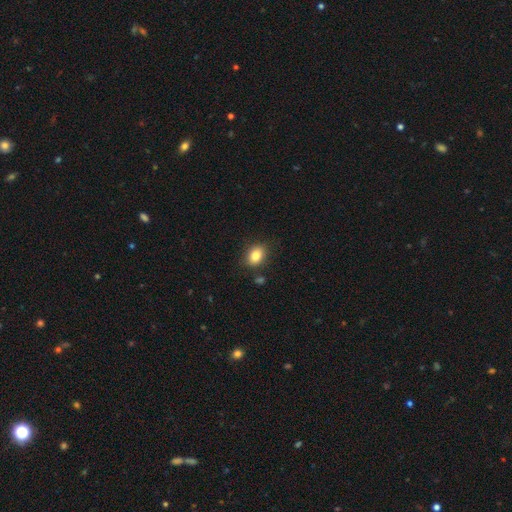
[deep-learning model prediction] This appears to be a smooth galaxy with no disk features (83%) that is in between round and cigar-shaped (67%). Merging: none (83%).